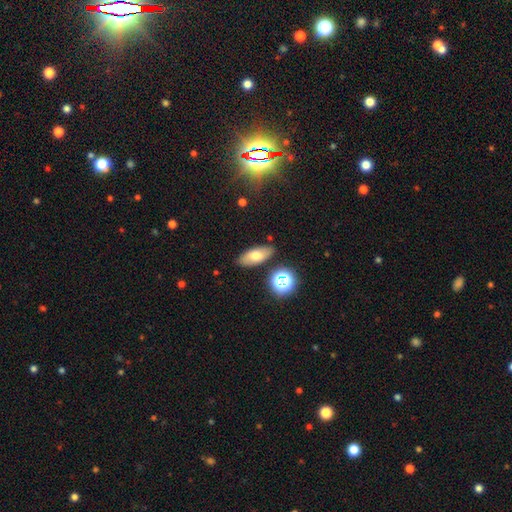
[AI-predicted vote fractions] Smooth or featured? smooth (69%)
How rounded? in between (82%)
Merging? none (83%)